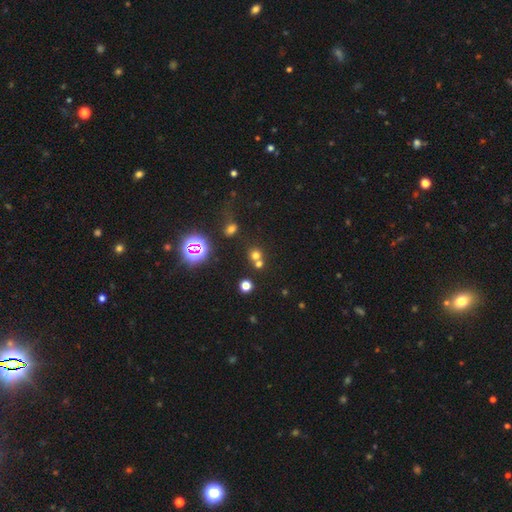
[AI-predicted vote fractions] A smooth galaxy with no disk features (57%) that is round (85%).

Vote fractions:
- Smooth or featured? smooth: 57% / star or artifact: 33% / featured or disk: 10%
- How rounded? round: 85% / in between: 14% / cigar-shaped: 1%
- Merging? none: 53% / merger: 37% / minor disturbance: 7% / major disturbance: 3%